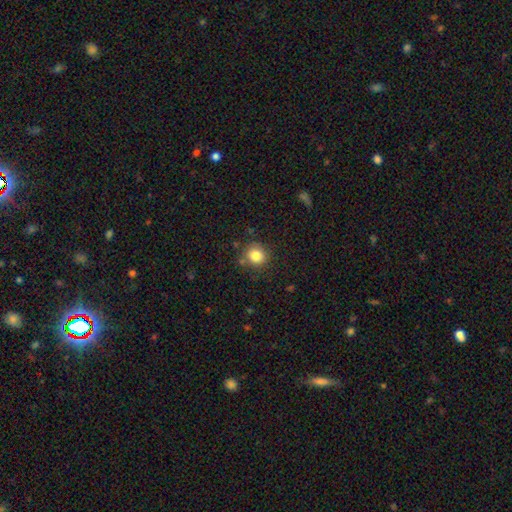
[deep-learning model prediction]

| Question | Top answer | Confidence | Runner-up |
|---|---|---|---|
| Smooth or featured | smooth | 82% | star or artifact (11%) |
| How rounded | round | 89% | in between (10%) |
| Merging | none | 82% | minor disturbance (11%) |